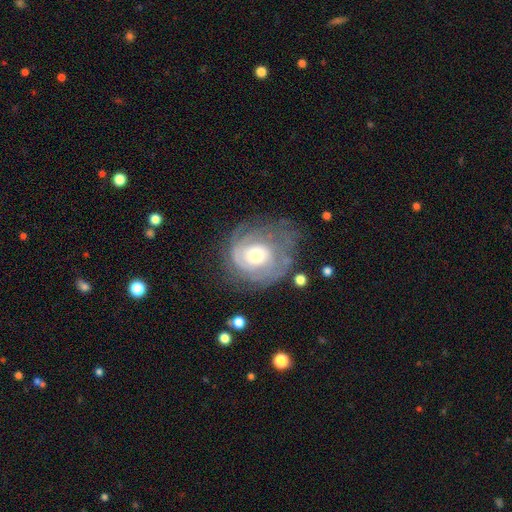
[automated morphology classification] Smooth or featured?
  - featured or disk: 73% *
  - smooth: 20%
  - star or artifact: 7%
Edge-on disk?
  - no: 97% *
  - yes: 3%
Bar?
  - no: 77% *
  - weak: 19%
  - strong: 4%
Spiral arms?
  - yes: 82% *
  - no: 18%
Spiral winding?
  - tight: 62% *
  - medium: 26%
  - loose: 11%
Spiral arm count?
  - can't tell: 45% *
  - 2: 25%
  - 3: 11%
  - 1: 10%
  - 4: 5%
  - more than 4: 4%
Bulge size?
  - moderate: 63% *
  - large: 19%
  - small: 15%
  - dominant: 2%
  - none: 1%
Merging?
  - none: 55% *
  - minor disturbance: 22%
  - major disturbance: 20%
  - merger: 2%